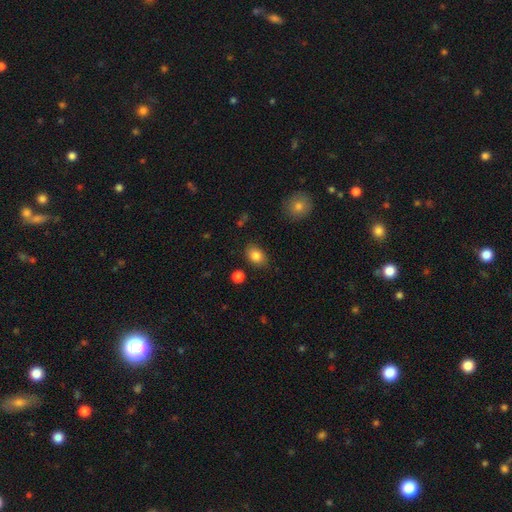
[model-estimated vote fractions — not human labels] smooth-or-featured: smooth: 85% | star or artifact: 9% | featured or disk: 6%
  how-rounded: in between: 74% | round: 25% | cigar-shaped: 1%
  merging: none: 81% | minor disturbance: 13% | major disturbance: 3% | merger: 3%